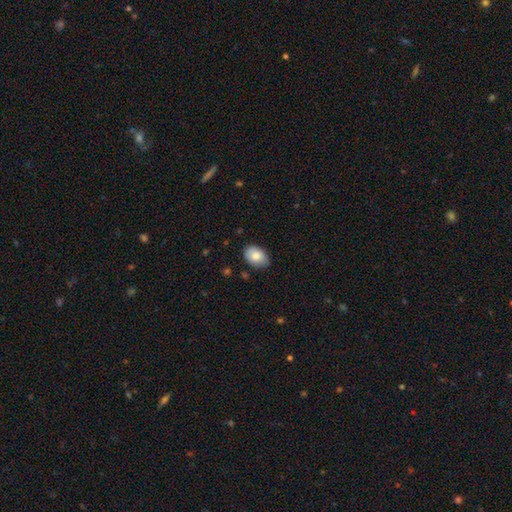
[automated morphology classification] smooth 80%, featured or disk 13%, star or artifact 7%. Down the decision tree: how rounded — in between (84%); merging — none (77%).